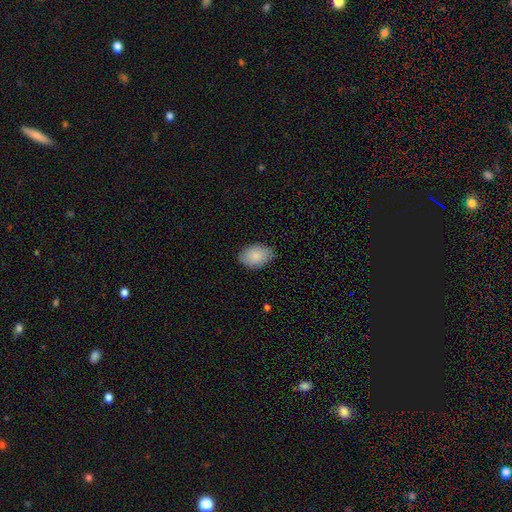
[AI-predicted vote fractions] smooth-or-featured: smooth: 87% | featured or disk: 7% | star or artifact: 6%
  how-rounded: in between: 84% | round: 15% | cigar-shaped: 1%
  merging: none: 81% | minor disturbance: 16% | major disturbance: 3% | merger: 1%